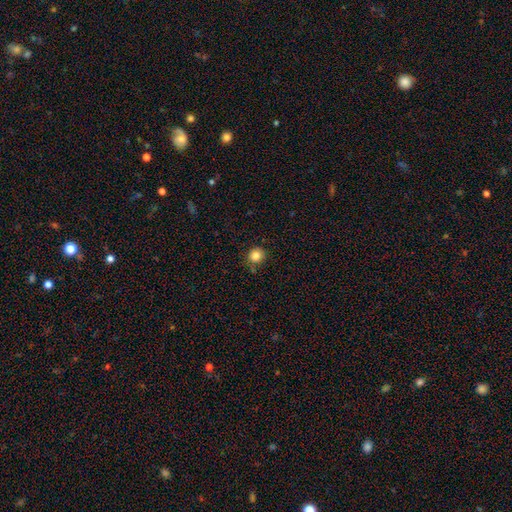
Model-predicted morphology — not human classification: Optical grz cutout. It shows a smooth galaxy with no disk features (84%) that is round (89%). Merging: none (82%).